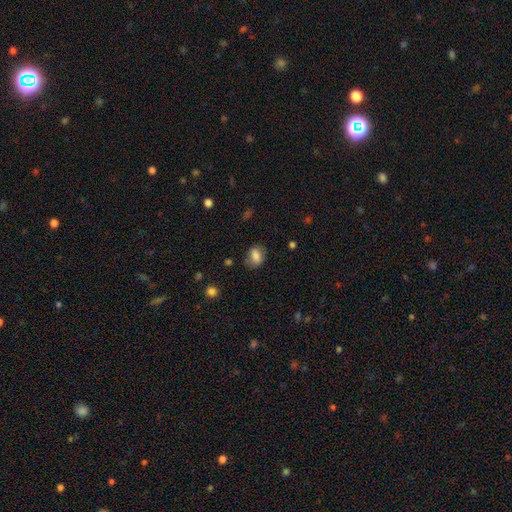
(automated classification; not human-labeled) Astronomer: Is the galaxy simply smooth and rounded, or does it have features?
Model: smooth — 80%.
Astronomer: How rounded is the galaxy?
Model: in between — 69%.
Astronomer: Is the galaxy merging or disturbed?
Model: none — 74%.